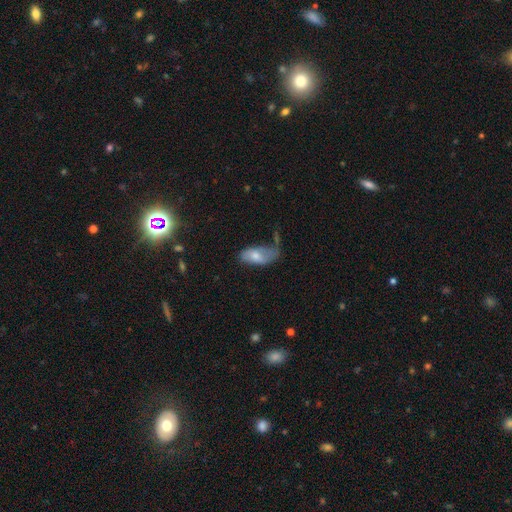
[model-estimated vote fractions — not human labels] The model was most divided on "merging": none: 35%, minor disturbance: 32%, major disturbance: 24%, merger: 9%. More confident: how rounded — in between (90%); smooth or featured — smooth (66%).